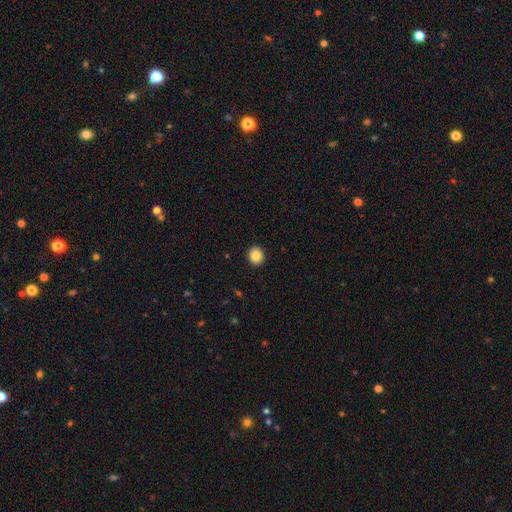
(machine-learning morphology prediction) smooth_or_featured: smooth (p=0.87) [alt: star or artifact p=0.09]
how_rounded: round (p=0.78) [alt: in between p=0.21]
merging: none (p=0.92) [alt: minor disturbance p=0.05]